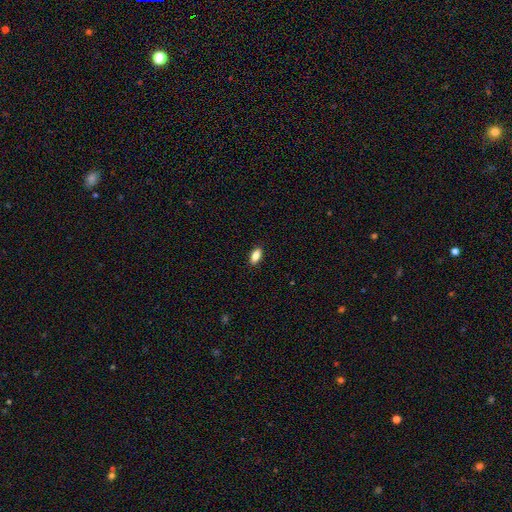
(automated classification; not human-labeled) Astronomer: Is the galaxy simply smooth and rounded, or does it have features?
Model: smooth — 87%.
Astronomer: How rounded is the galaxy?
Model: in between — 88%.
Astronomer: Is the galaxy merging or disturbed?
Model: none — 89%.